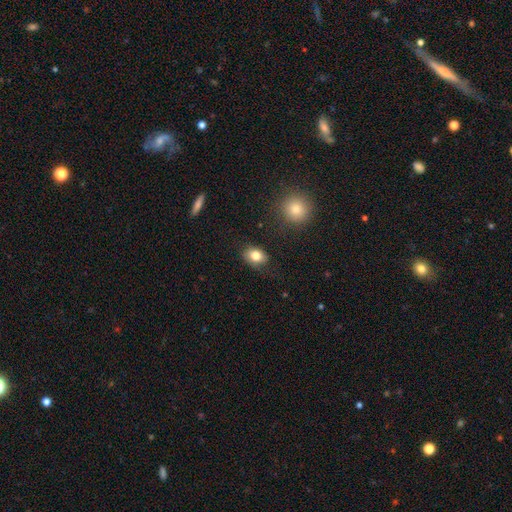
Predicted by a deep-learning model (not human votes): smooth 81%, featured or disk 10%, star or artifact 9%. Down the decision tree: how rounded — in between (73%); merging — none (77%).